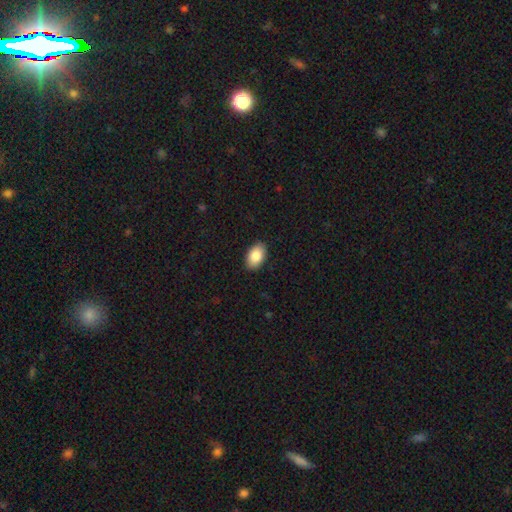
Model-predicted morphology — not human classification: A smooth galaxy with no disk features (86%) that is in between round and cigar-shaped (93%). Merging: none (89%).